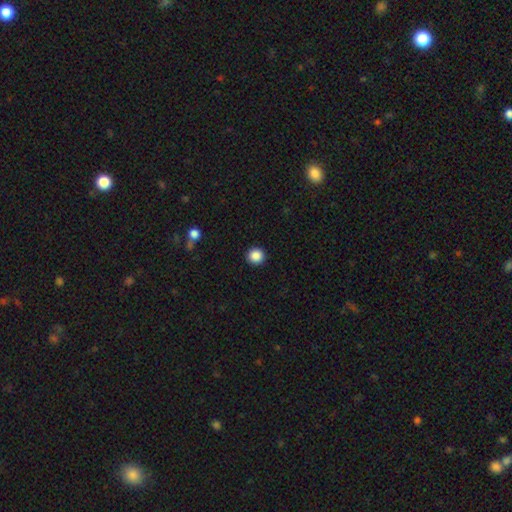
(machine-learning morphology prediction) This appears to be a smooth galaxy with no disk features (88%) that is round (94%). Merging: none (92%).